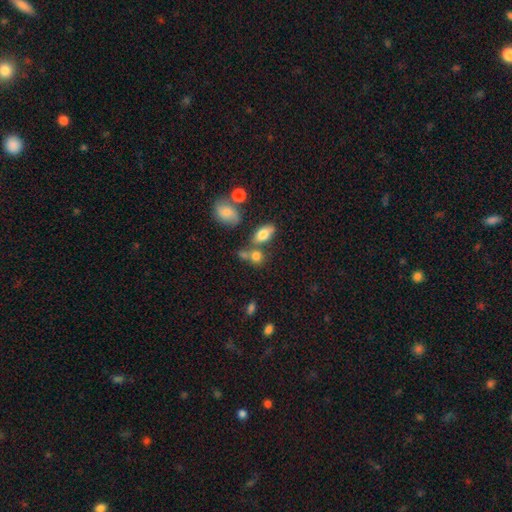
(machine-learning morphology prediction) The model was most divided on "how rounded": round: 49%, in between: 47%, cigar-shaped: 4%. Remaining: smooth or featured — smooth (78%); merging — none (48%).